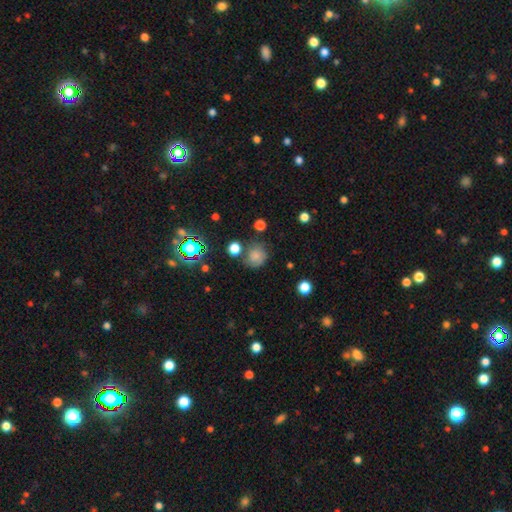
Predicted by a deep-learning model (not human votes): Overall: smooth (72%). How rounded: round (86%). Merging: none (66%).